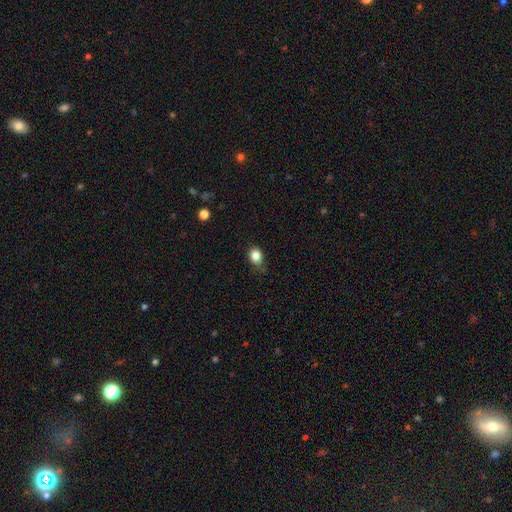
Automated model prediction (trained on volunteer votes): Smooth or featured? smooth (83%)
How rounded? round (55%)
Merging? none (71%)